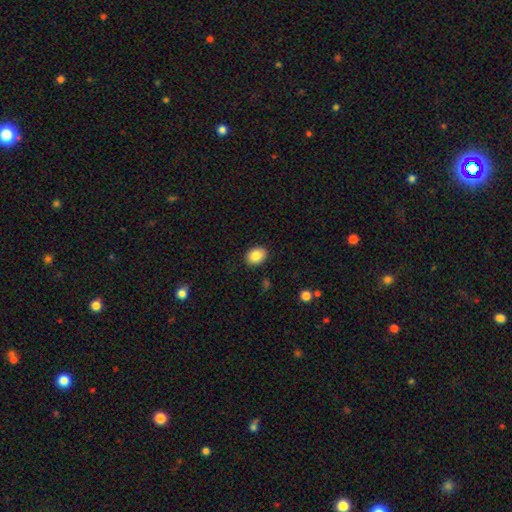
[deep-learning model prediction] Morphology: type=smooth (86%); roundness=in between (70%); merging=none (89%).